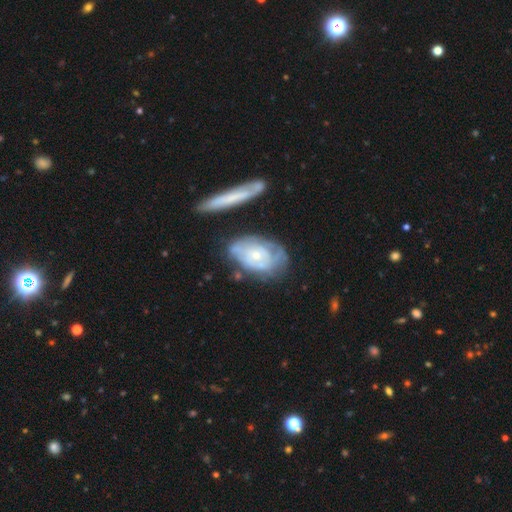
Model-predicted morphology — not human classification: A featured or disk galaxy (67%) with no bar (82%), spiral arms (68%) and a small central bulge (59%).

Vote fractions:
- Smooth or featured? featured or disk: 67% / smooth: 27% / star or artifact: 6%
- Edge-on disk? no: 92% / yes: 8%
- Bar? no: 82% / weak: 15% / strong: 3%
- Spiral arms? yes: 68% / no: 32%
- Bulge size? small: 59% / moderate: 37% / large: 2% / none: 2% / dominant: 1%
- Merging? none: 54% / minor disturbance: 25% / major disturbance: 13% / merger: 8%